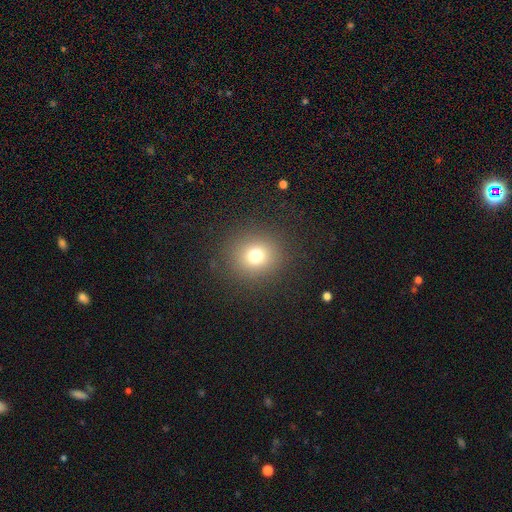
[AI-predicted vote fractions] smooth_or_featured: smooth (p=0.73) [alt: star or artifact p=0.17]
how_rounded: round (p=0.88) [alt: in between p=0.11]
merging: none (p=0.88) [alt: minor disturbance p=0.07]